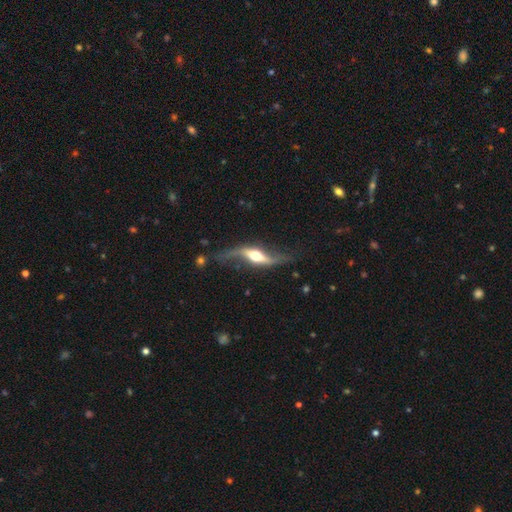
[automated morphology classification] smooth-or-featured: featured or disk: 85% | smooth: 10% | star or artifact: 5%
  disk-edge-on: no: 66% | yes: 34%
    bar: strong: 39% | no: 35% | weak: 26%
    has-spiral-arms: yes: 92% | no: 8%
      spiral-winding: loose: 94% | medium: 4% | tight: 2%
      spiral-arm-count: 2: 93% | 1: 3% | can't tell: 2% | 3: 1% | 4: 1% | more than 4: 1%
    bulge-size: moderate: 62% | large: 23% | small: 8% | dominant: 4% | none: 2%
  merging: none: 58% | minor disturbance: 22% | major disturbance: 16% | merger: 4%